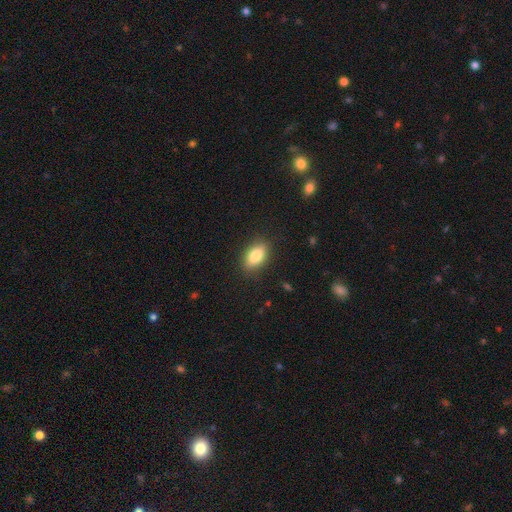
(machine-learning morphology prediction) Q: Smooth or featured?
A: smooth (83%); runner-up: featured or disk (9%)
Q: How rounded?
A: in between (88%); runner-up: round (7%)
Q: Merging?
A: none (85%); runner-up: minor disturbance (11%)